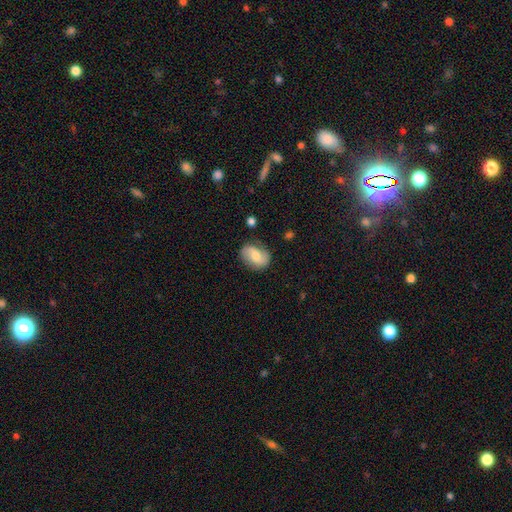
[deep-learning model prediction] A smooth galaxy with no disk features (49%). Merging: none (75%).